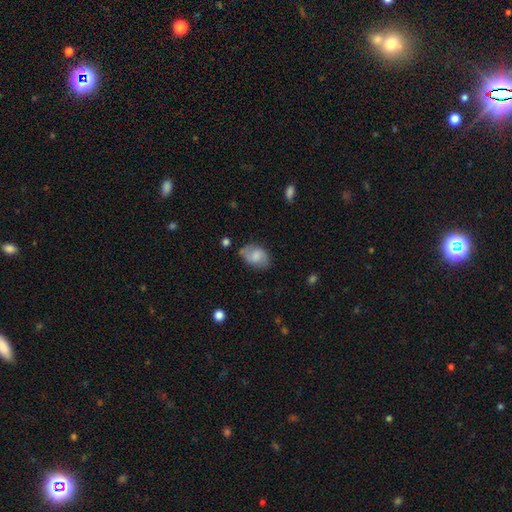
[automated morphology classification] This appears to be a smooth galaxy with no disk features (55%) that is in between round and cigar-shaped (84%). Merging: none (69%).